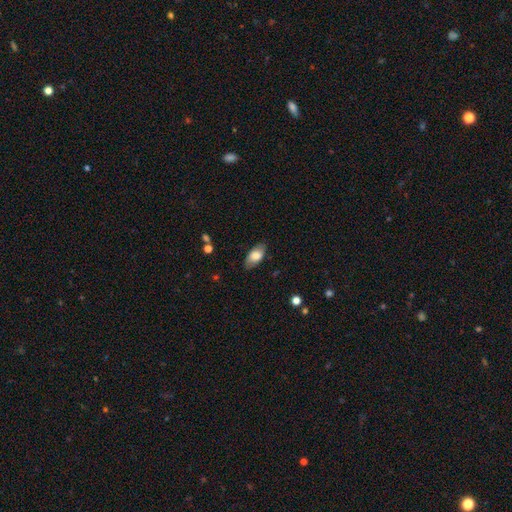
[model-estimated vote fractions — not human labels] Smooth or featured?
  - smooth: 76% *
  - featured or disk: 18%
  - star or artifact: 6%
How rounded?
  - in between: 92% *
  - cigar-shaped: 5%
  - round: 4%
Merging?
  - none: 83% *
  - minor disturbance: 13%
  - major disturbance: 3%
  - merger: 1%